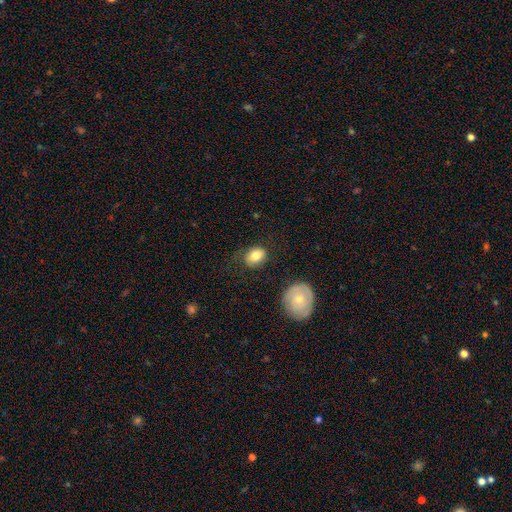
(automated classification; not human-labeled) Smooth or featured? smooth (78%)
How rounded? in between (70%)
Merging? none (62%)